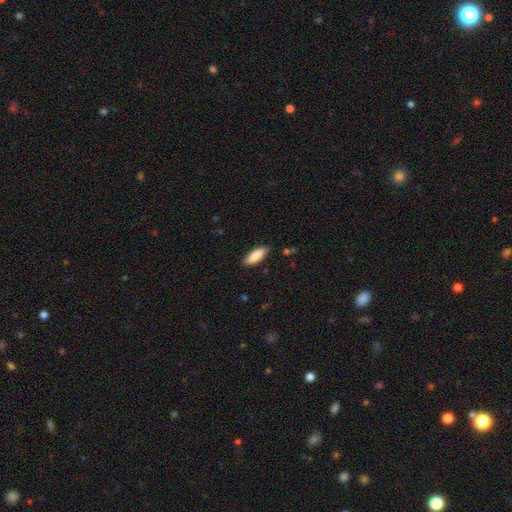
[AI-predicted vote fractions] Overall: smooth (85%). How rounded: in between (65%; cigar-shaped 34%). Merging: none (86%).